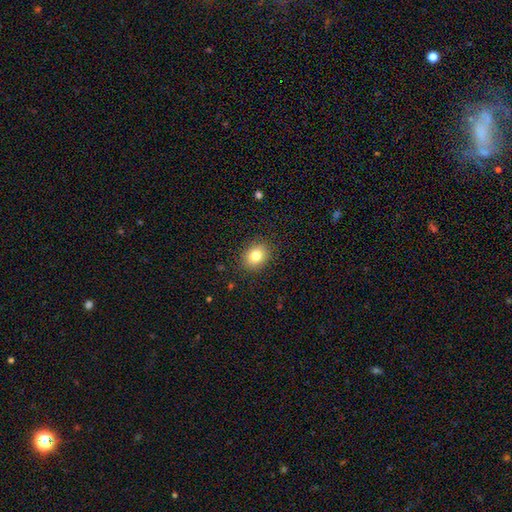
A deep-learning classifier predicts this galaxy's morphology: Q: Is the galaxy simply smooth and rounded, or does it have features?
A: smooth — 81%.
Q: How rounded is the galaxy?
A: round — 55%.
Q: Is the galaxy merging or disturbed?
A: none — 88%.